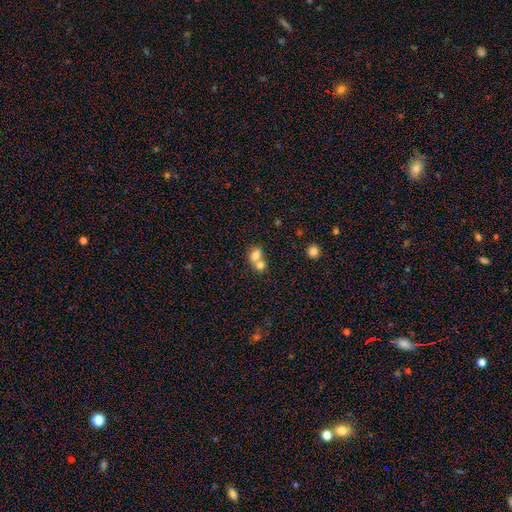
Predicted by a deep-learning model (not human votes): The model was most divided on "how rounded": in between: 57%, round: 41%, cigar-shaped: 1%. More confident: smooth or featured — smooth (76%); merging — merger (64%).